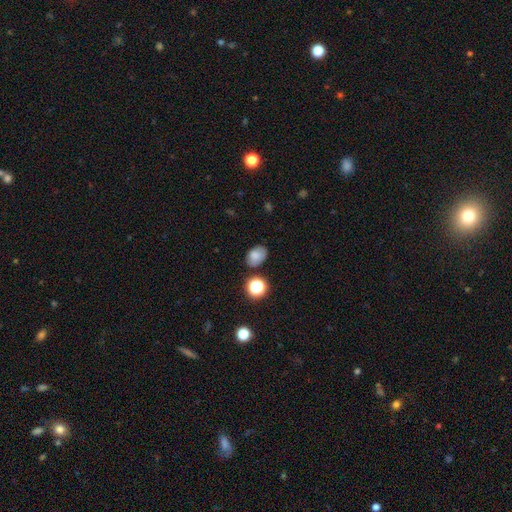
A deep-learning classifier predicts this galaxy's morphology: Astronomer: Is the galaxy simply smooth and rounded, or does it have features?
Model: smooth — 79%.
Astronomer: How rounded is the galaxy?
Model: in between — 76%.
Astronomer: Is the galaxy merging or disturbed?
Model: none — 75%.